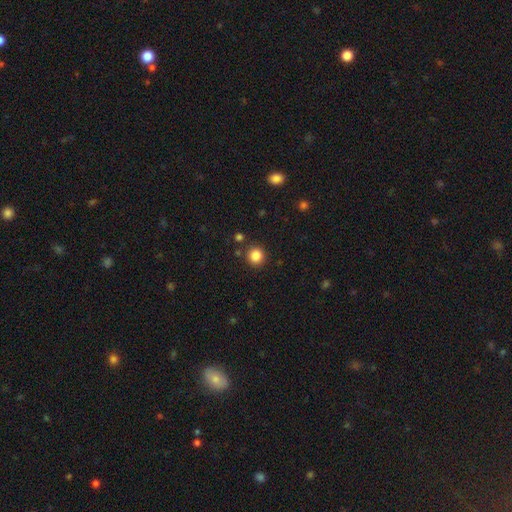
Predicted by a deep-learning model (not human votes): smooth 84%, star or artifact 12%, featured or disk 4%. Down the decision tree: how rounded — round (92%); merging — none (88%).